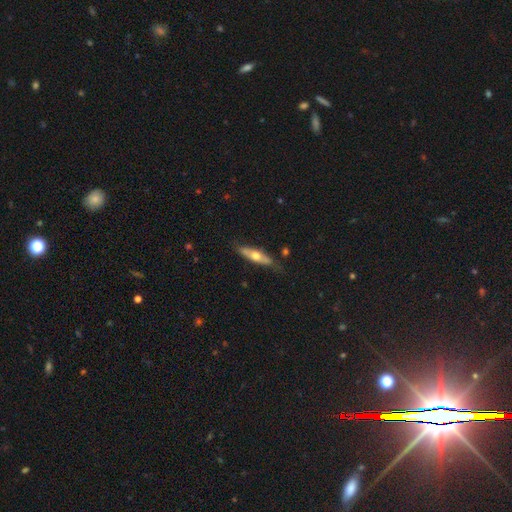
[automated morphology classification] smooth-or-featured: featured or disk: 48% | smooth: 47% | star or artifact: 5%
  merging: none: 76% | minor disturbance: 18% | major disturbance: 4% | merger: 2%